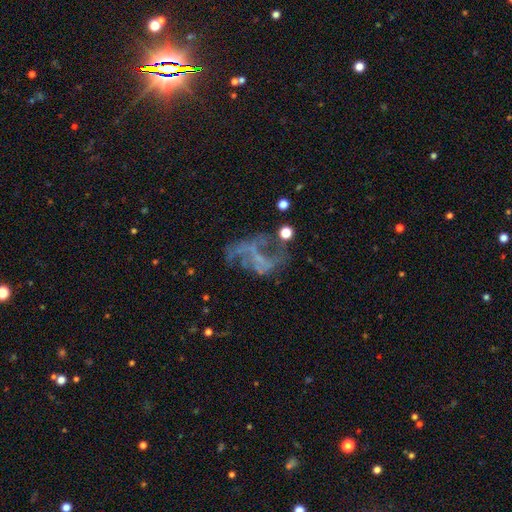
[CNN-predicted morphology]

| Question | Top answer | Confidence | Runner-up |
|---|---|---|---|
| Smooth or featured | featured or disk | 62% | star or artifact (22%) |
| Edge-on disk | no | 97% | yes (3%) |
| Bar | no | 64% | weak (24%) |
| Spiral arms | no | 52% | yes (48%) |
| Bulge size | none | 72% | small (20%) |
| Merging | major disturbance | 39% | none (35%) |